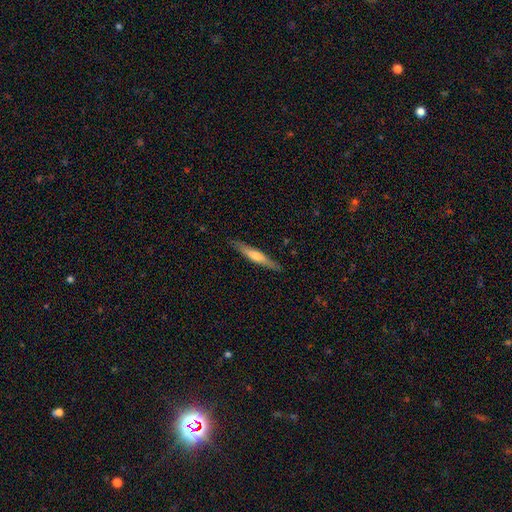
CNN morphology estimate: smooth-or-featured: featured or disk: 51% | smooth: 44% | star or artifact: 6%
  disk-edge-on: yes: 95% | no: 5%
  merging: none: 89% | minor disturbance: 8% | major disturbance: 2% | merger: 1%